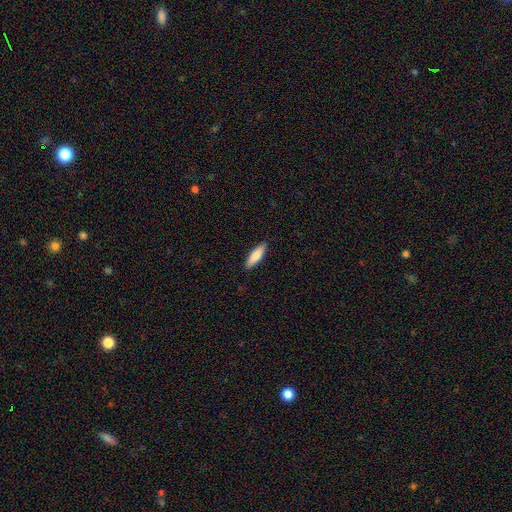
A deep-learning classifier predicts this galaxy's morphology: smooth 79%, featured or disk 15%, star or artifact 5%. Down the decision tree: how rounded — cigar-shaped (55%); merging — none (89%).